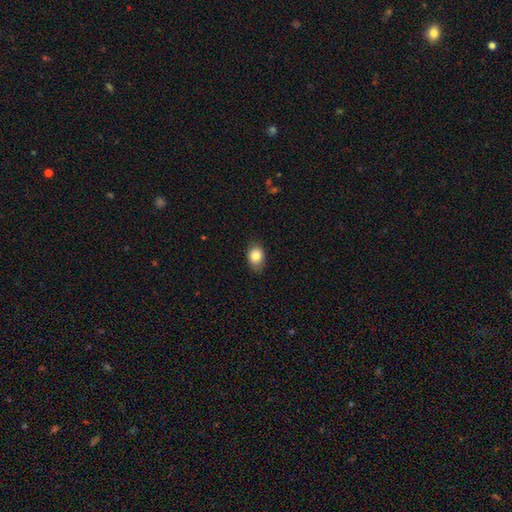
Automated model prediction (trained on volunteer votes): Smooth or featured? Predicted: smooth (p=0.85). How rounded? Predicted: in between (p=0.66). Merging? Predicted: none (p=0.79).